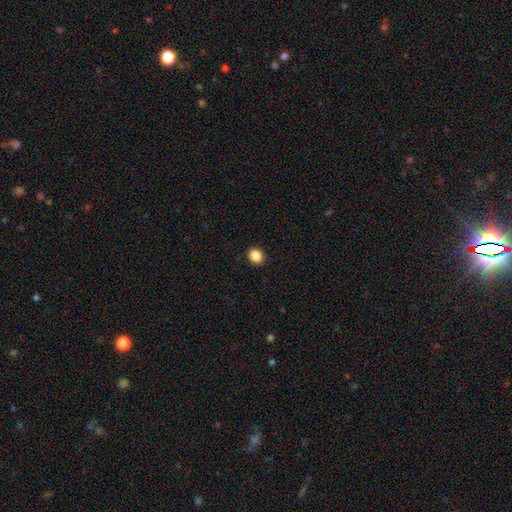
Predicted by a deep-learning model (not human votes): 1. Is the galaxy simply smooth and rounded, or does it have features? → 88% smooth, 10% star or artifact, 3% featured or disk.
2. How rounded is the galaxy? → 69% round, 31% in between, 1% cigar-shaped.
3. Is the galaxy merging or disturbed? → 92% none, 6% minor disturbance, 2% major disturbance, 1% merger.